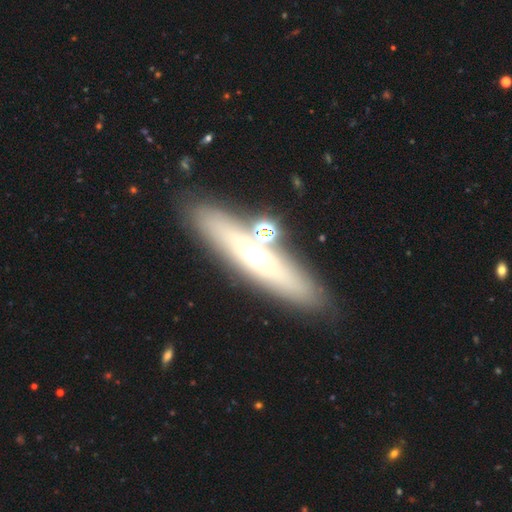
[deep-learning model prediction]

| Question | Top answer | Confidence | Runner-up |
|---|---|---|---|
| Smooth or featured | featured or disk | 50% | smooth (38%) |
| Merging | none | 78% | minor disturbance (9%) |